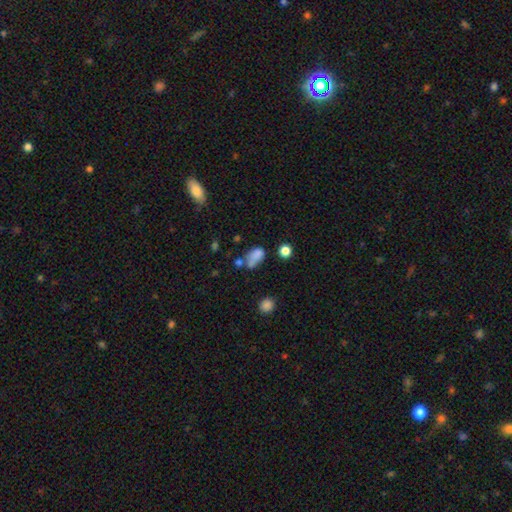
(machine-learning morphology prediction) smooth_or_featured: smooth (p=0.75) [alt: star or artifact p=0.13]
how_rounded: in between (p=0.80) [alt: round p=0.17]
merging: none (p=0.32) [alt: merger p=0.27]